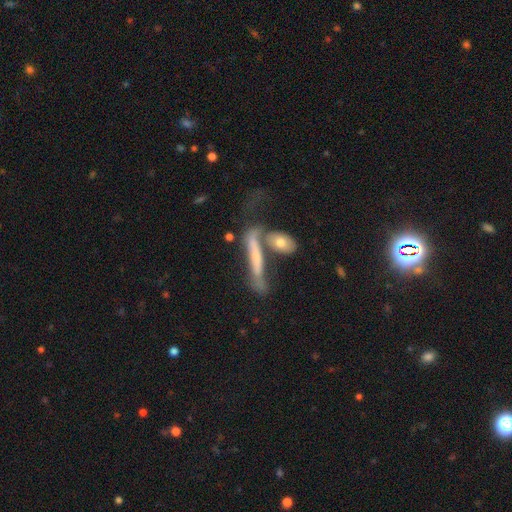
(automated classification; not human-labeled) Smooth or featured?
  - featured or disk: 53% *
  - smooth: 39%
  - star or artifact: 8%
Edge-on disk?
  - yes: 70% *
  - no: 30%
Merging?
  - none: 37% *
  - merger: 31%
  - minor disturbance: 17%
  - major disturbance: 15%